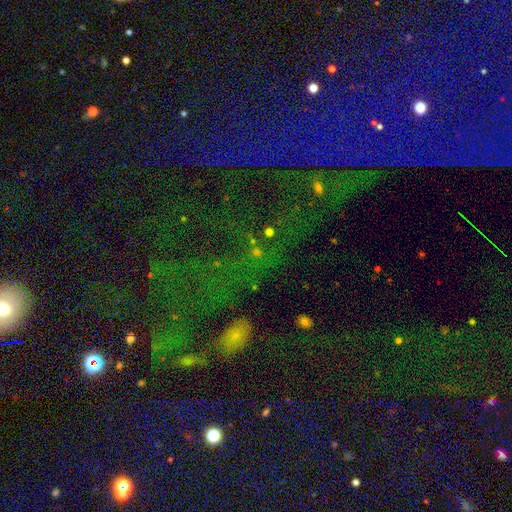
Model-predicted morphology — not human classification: A star or artifact, not a galaxy (73%).

Vote fractions:
- Smooth or featured? star or artifact: 73% / smooth: 16% / featured or disk: 12%